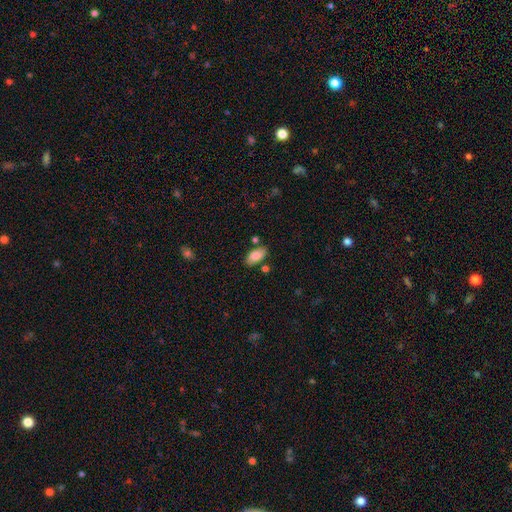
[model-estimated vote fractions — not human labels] smooth 83%, featured or disk 11%, star or artifact 7%. Down the decision tree: how rounded — in between (93%); merging — none (78%).